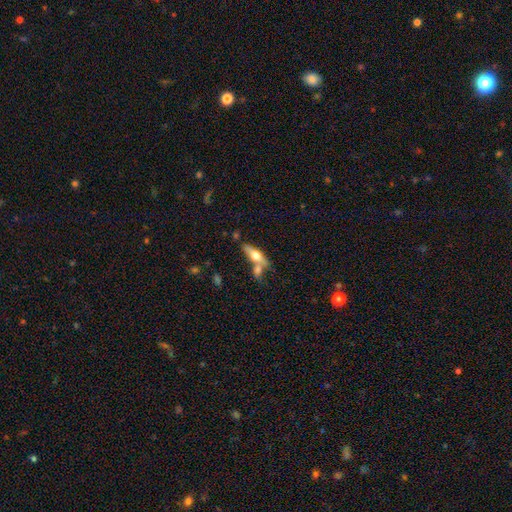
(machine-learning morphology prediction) A smooth galaxy with no disk features (50%) that is cigar-shaped (48%, tied with in between). Merging: none (44%).